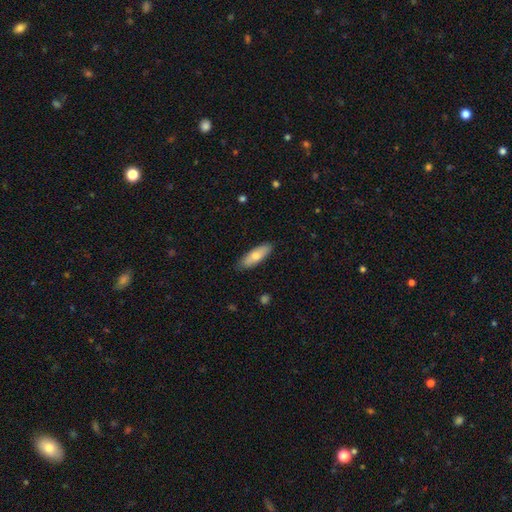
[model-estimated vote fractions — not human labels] A smooth galaxy with no disk features (73%) that is in between round and cigar-shaped (56%). Merging: none (86%).